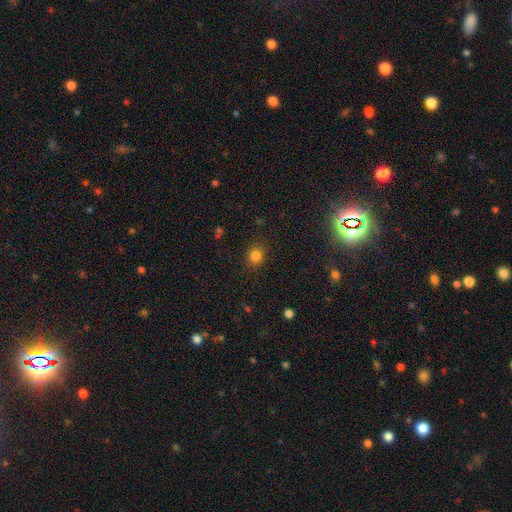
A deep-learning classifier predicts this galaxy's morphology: The model was most divided on "how rounded": round: 71%, in between: 28%, cigar-shaped: 1%. More confident: merging — none (85%); smooth or featured — smooth (81%).